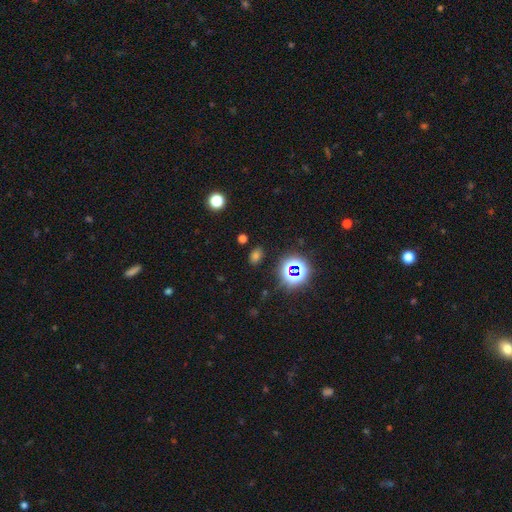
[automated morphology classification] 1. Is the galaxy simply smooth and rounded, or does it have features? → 61% smooth, 32% star or artifact, 7% featured or disk.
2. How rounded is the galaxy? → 75% in between, 23% round, 2% cigar-shaped.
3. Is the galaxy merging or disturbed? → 84% none, 10% minor disturbance, 3% major disturbance, 2% merger.